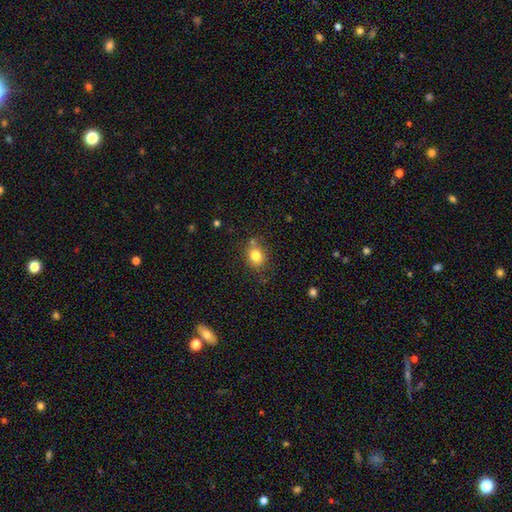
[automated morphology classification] Overall: smooth (81%). How rounded: round (57%; in between 42%). Merging: none (68%).